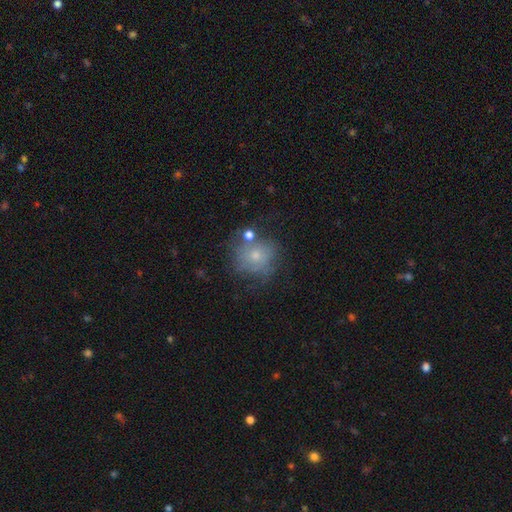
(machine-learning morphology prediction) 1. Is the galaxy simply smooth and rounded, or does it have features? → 54% smooth, 33% featured or disk, 13% star or artifact.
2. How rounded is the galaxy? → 84% round, 15% in between, 1% cigar-shaped.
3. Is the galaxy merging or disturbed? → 53% none, 21% minor disturbance, 14% major disturbance, 11% merger.